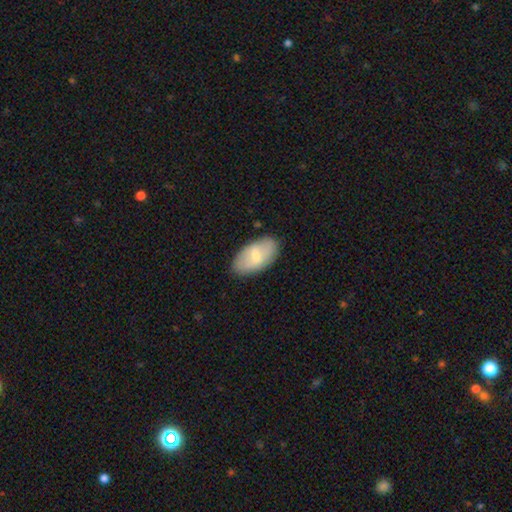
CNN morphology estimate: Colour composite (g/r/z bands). It shows a smooth galaxy with no disk features (60%) that is in between round and cigar-shaped (94%). Merging: none (82%).